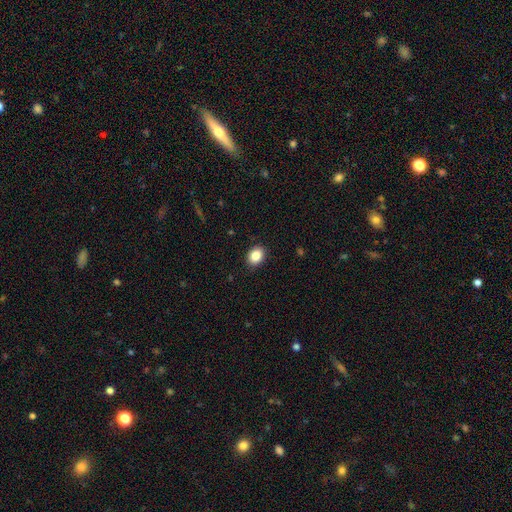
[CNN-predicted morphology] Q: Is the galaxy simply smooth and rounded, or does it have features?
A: smooth — 87%.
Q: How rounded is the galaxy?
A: in between — 57%.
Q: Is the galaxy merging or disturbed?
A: none — 90%.